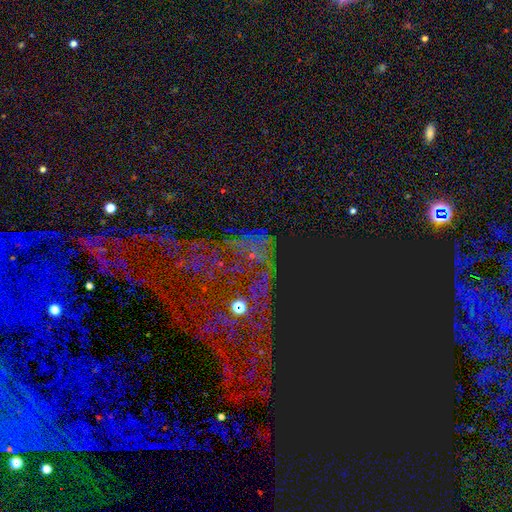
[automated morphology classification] Smooth or featured: star or artifact — 78% (featured or disk — 11%)